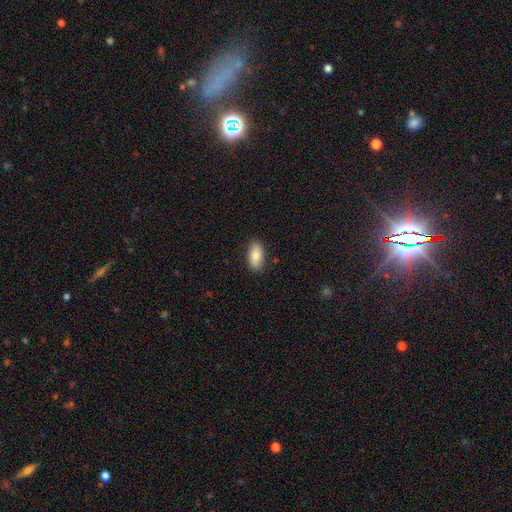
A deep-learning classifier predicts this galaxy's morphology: A smooth galaxy with no disk features (83%) that is in between round and cigar-shaped (90%). Merging: none (86%).